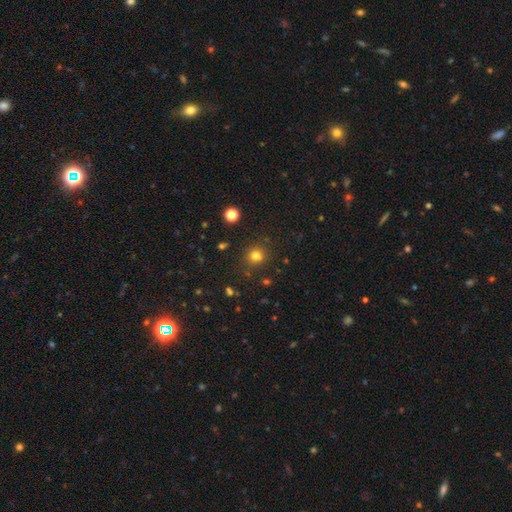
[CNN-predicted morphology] Smooth or featured? smooth (77%)
How rounded? round (88%)
Merging? none (82%)